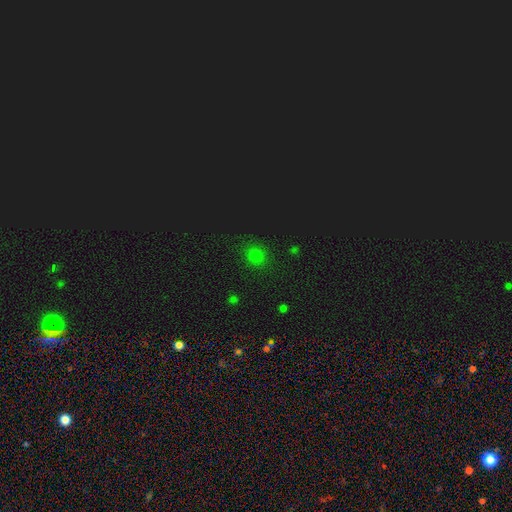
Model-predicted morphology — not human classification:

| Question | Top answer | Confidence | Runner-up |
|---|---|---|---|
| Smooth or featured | smooth | 73% | star or artifact (23%) |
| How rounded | round | 86% | in between (13%) |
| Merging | none | 88% | minor disturbance (8%) |